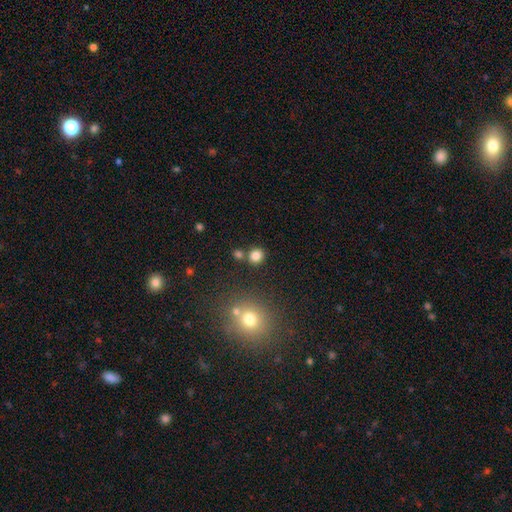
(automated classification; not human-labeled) smooth 81%, star or artifact 13%, featured or disk 5%. Down the decision tree: how rounded — round (84%); merging — none (76%).